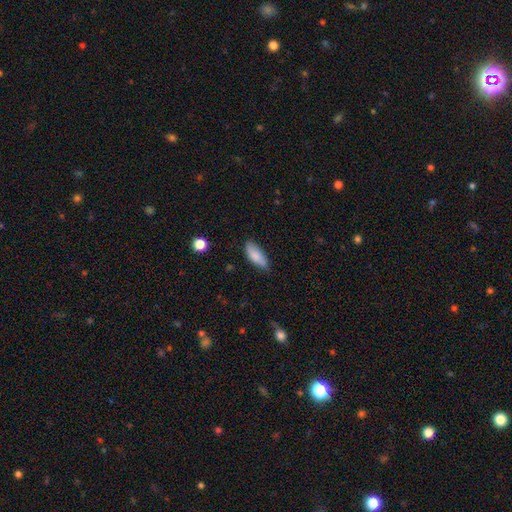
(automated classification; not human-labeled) Smooth or featured: smooth — 84% (featured or disk — 10%)
How rounded: in between — 75% (cigar-shaped — 23%)
Merging: none — 75% (minor disturbance — 20%)